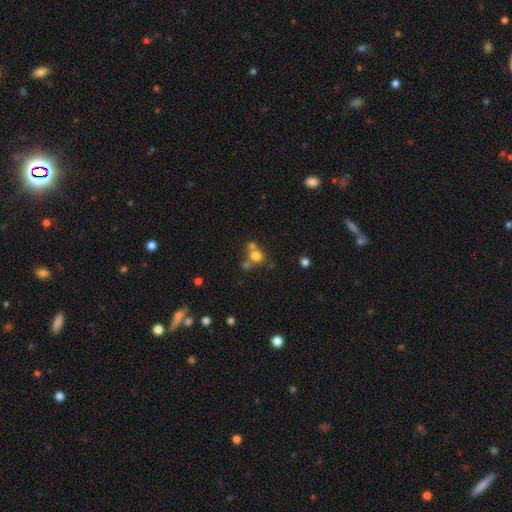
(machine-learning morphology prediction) This appears to be a smooth galaxy with no disk features (71%) that is round (85%). Merging: none (46%).